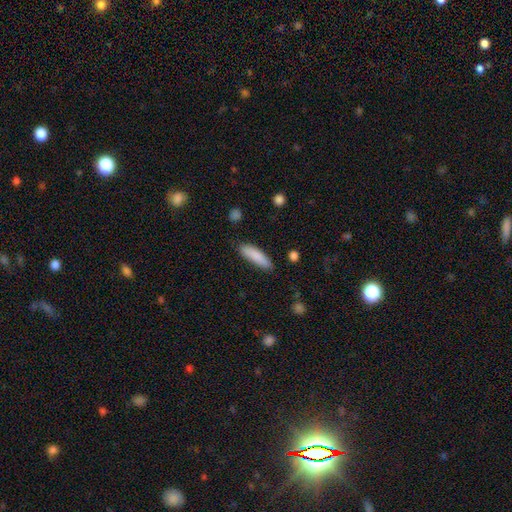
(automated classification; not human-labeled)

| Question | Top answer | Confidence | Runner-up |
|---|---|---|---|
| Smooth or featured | smooth | 86% | featured or disk (8%) |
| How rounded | cigar-shaped | 63% | in between (36%) |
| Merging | none | 83% | minor disturbance (13%) |